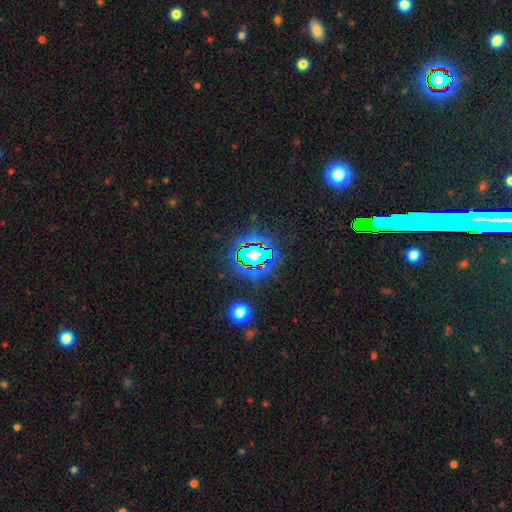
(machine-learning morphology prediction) Smooth or featured?
  - star or artifact: 63% *
  - smooth: 23%
  - featured or disk: 14%